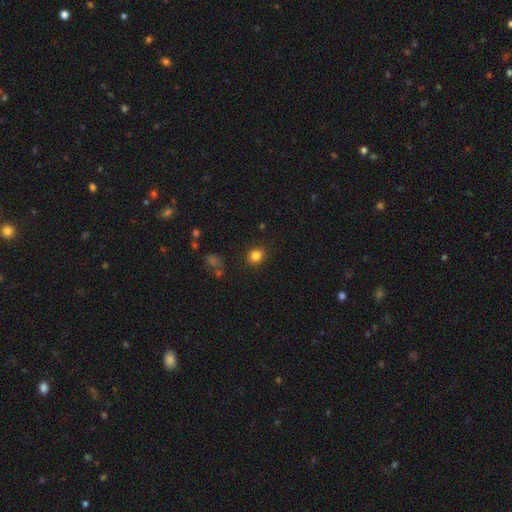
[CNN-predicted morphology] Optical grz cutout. It shows a smooth galaxy with no disk features (83%) that is round (77%). Merging: none (88%).